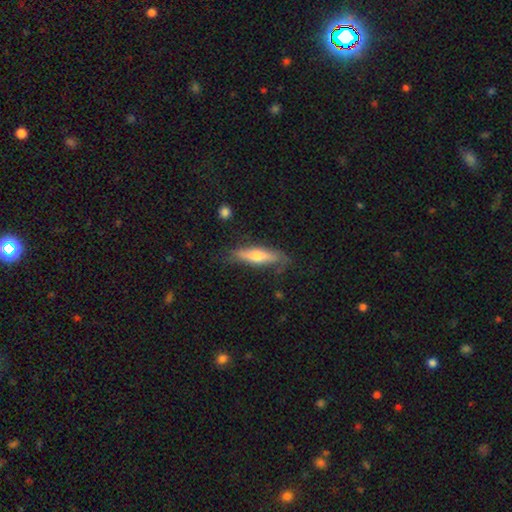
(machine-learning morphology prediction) Smooth or featured? smooth (51%)
How rounded? cigar-shaped (69%)
Merging? none (67%)